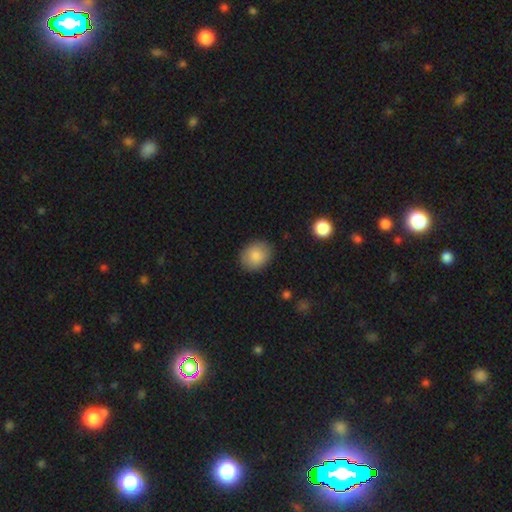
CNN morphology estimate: Smooth or featured? Predicted: smooth (p=0.86). How rounded? Predicted: round (p=0.53). Merging? Predicted: none (p=0.85).